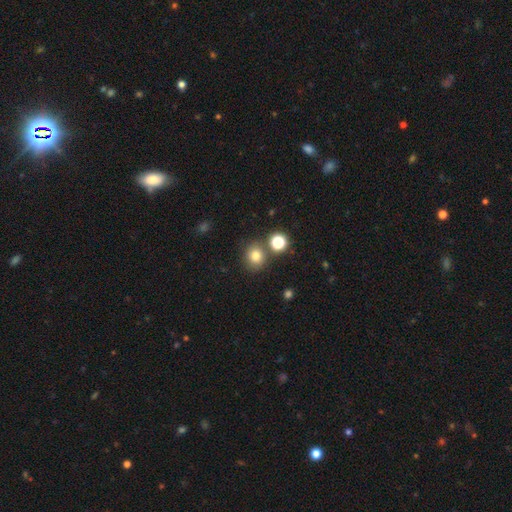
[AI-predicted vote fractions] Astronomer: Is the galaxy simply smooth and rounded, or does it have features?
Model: smooth — 79%.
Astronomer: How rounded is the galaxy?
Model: round — 81%.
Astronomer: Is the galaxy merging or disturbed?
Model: none — 76%.